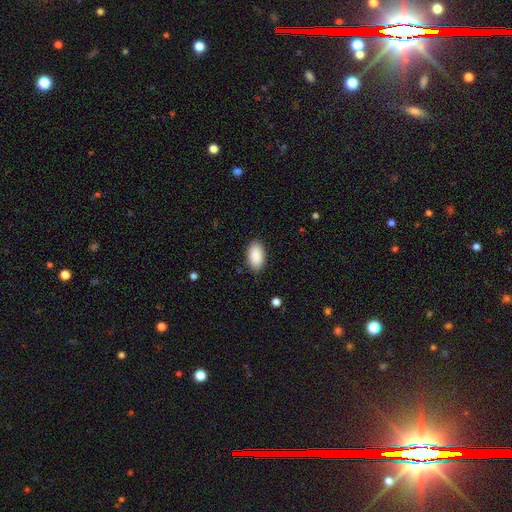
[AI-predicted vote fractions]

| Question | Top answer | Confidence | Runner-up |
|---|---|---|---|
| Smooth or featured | smooth | 91% | star or artifact (6%) |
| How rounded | in between | 95% | round (3%) |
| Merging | none | 87% | minor disturbance (10%) |